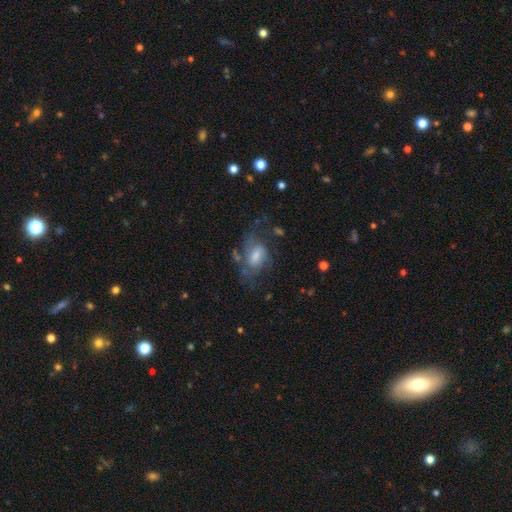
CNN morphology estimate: Q: Smooth or featured?
A: featured or disk (66%); runner-up: smooth (24%)
Q: Edge-on disk?
A: no (95%); runner-up: yes (5%)
Q: Bar?
A: weak (45%); tied with: no (45%)
Q: Spiral arms?
A: yes (82%); runner-up: no (18%)
Q: Spiral winding?
A: medium (46%); runner-up: tight (27%)
Q: Spiral arm count?
A: 2 (41%); runner-up: can't tell (34%)
Q: Bulge size?
A: moderate (47%); runner-up: small (31%)
Q: Merging?
A: none (50%); runner-up: major disturbance (26%)